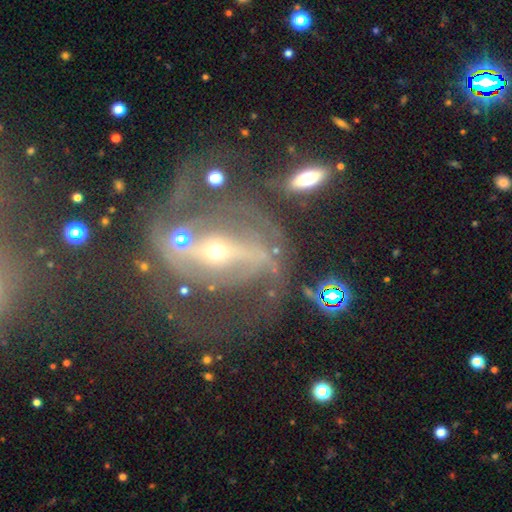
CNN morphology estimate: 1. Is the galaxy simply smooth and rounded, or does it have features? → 84% featured or disk, 8% star or artifact, 7% smooth.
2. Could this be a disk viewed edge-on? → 95% no, 5% yes.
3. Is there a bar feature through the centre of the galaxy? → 53% strong, 28% weak, 18% no.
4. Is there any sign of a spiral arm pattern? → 88% yes, 12% no.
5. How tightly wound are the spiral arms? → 47% medium, 27% tight, 25% loose.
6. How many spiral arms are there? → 70% 2, 13% can't tell, 7% 3, 4% 1, 3% 4, 3% more than 4.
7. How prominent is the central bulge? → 53% small, 41% moderate, 3% large, 1% none, 1% dominant.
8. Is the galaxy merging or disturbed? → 47% none, 24% major disturbance, 17% minor disturbance, 12% merger.